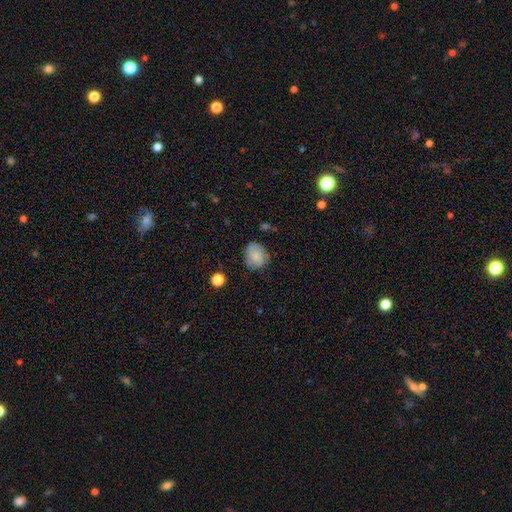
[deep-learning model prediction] smooth-or-featured: smooth: 74% | featured or disk: 17% | star or artifact: 9%
  how-rounded: round: 68% | in between: 31% | cigar-shaped: 1%
  merging: none: 70% | minor disturbance: 22% | major disturbance: 6% | merger: 2%